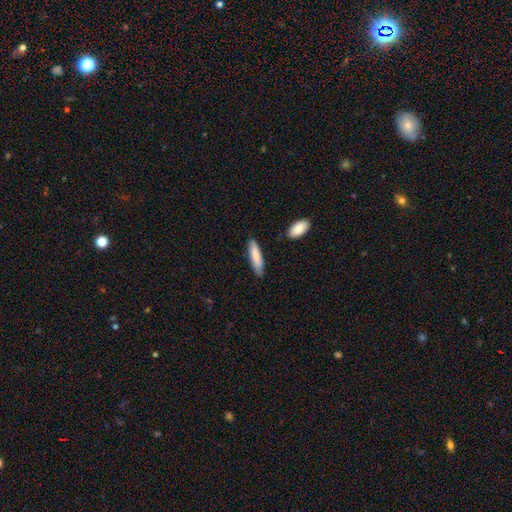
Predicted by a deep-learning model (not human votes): Smooth or featured? Predicted: smooth (p=0.83). How rounded? Predicted: cigar-shaped (p=0.71). Merging? Predicted: none (p=0.82).